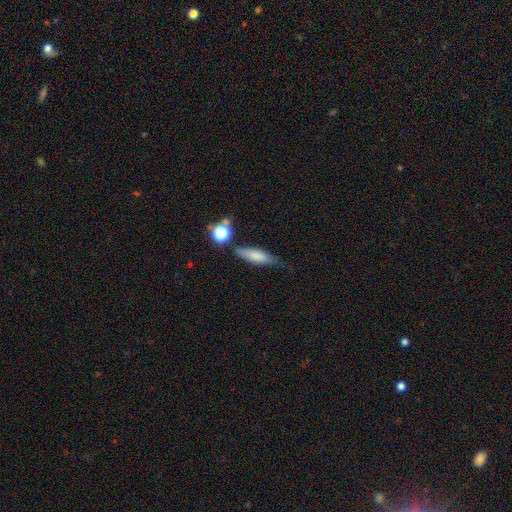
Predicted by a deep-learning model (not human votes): This appears to be a smooth galaxy with no disk features (72%) that is cigar-shaped (51%). Merging: none (61%).